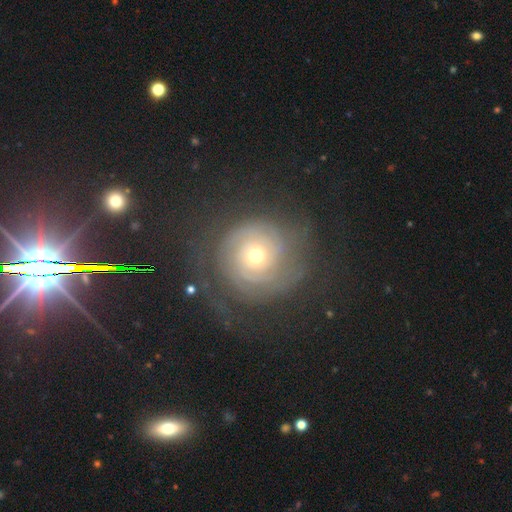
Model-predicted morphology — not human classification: smooth_or_featured: featured or disk (p=0.76) [alt: smooth p=0.14]
disk_edge_on: no (p=0.97) [alt: yes p=0.03]
bar: no (p=0.83) [alt: weak p=0.13]
has_spiral_arms: yes (p=0.91) [alt: no p=0.09]
spiral_winding: tight (p=0.76) [alt: medium p=0.17]
spiral_arm_count: can't tell (p=0.36) [alt: 2 p=0.30]
bulge_size: moderate (p=0.53) [alt: small p=0.41]
merging: none (p=0.69) [alt: minor disturbance p=0.15]